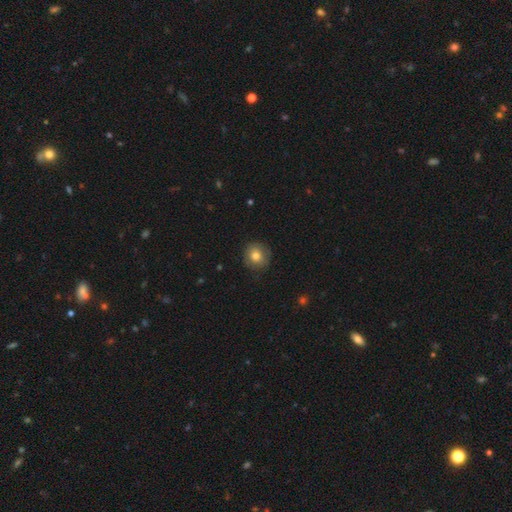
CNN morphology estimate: smooth 78%, featured or disk 13%, star or artifact 9%. Down the decision tree: how rounded — round (87%); merging — none (84%).